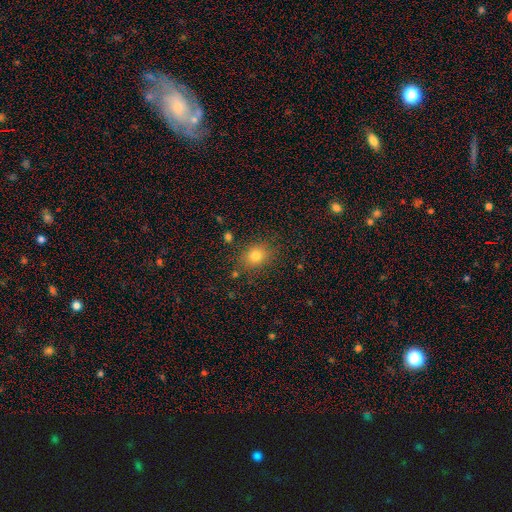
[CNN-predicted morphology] type=smooth (78%); roundness=round (53%); merging=none (83%).